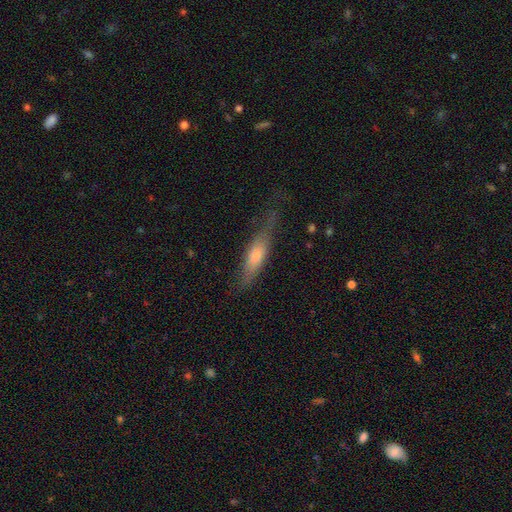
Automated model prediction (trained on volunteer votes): Smooth or featured? smooth (53%)
How rounded? cigar-shaped (74%)
Merging? none (59%)